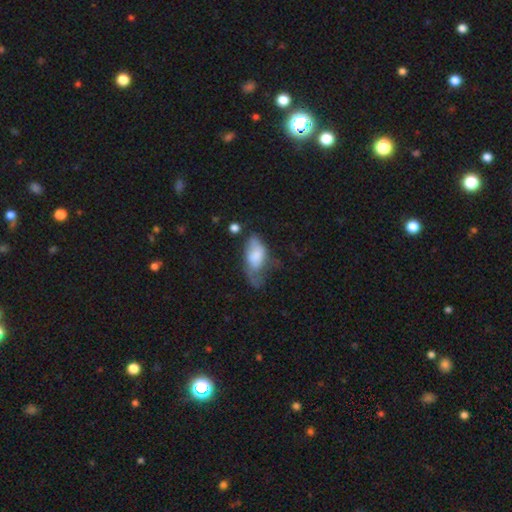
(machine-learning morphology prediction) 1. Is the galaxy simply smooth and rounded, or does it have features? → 64% smooth, 29% featured or disk, 7% star or artifact.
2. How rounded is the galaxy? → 91% in between, 5% cigar-shaped, 4% round.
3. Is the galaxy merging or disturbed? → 46% major disturbance, 29% minor disturbance, 19% none, 6% merger.